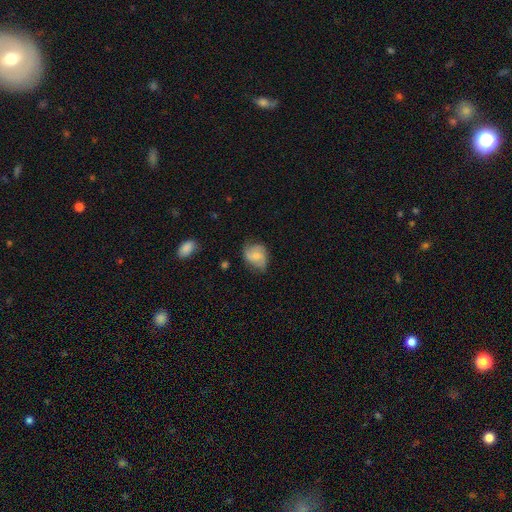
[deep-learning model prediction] The model was most divided on "smooth or featured": featured or disk: 49%, smooth: 44%, star or artifact: 7%. More confident: merging — none (63%).